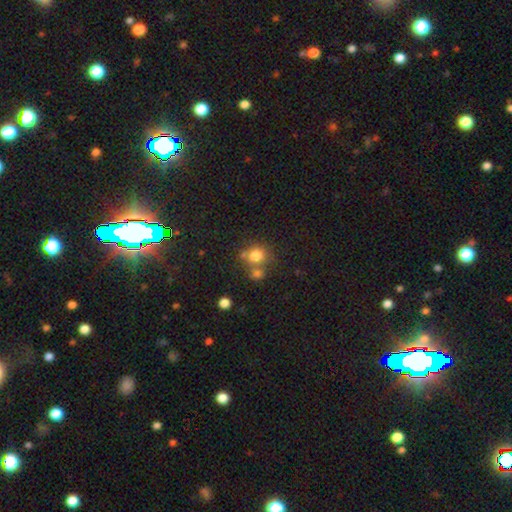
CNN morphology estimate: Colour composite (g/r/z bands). It shows a smooth galaxy with no disk features (78%) that is round (81%). Merging: none (54%).